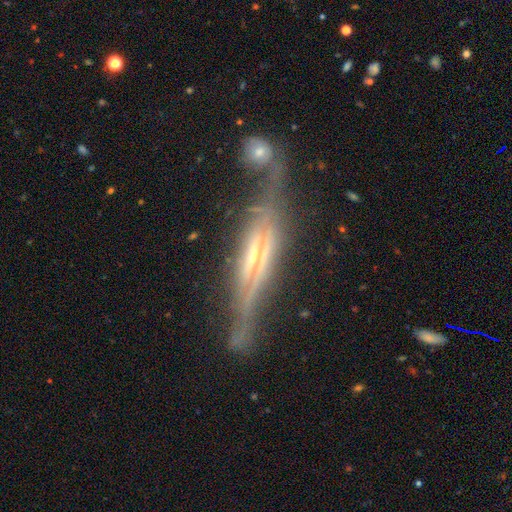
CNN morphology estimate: A featured or disk galaxy (82%) viewed edge-on (91%) with a rounded central bulge (53%). Merging: none (58%).